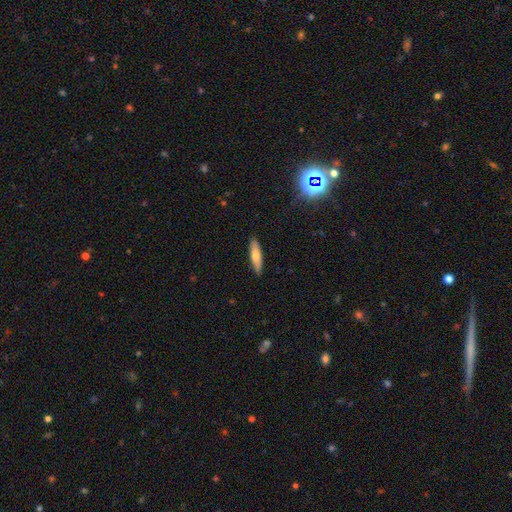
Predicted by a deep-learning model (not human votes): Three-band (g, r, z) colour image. It shows a smooth galaxy with no disk features (68%) that is cigar-shaped (72%). Merging: none (88%).